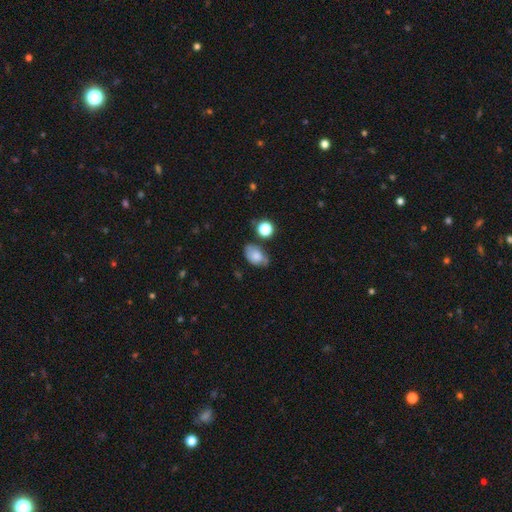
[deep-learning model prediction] smooth 68%, featured or disk 22%, star or artifact 10%. Down the decision tree: how rounded — in between (84%); merging — none (56%).